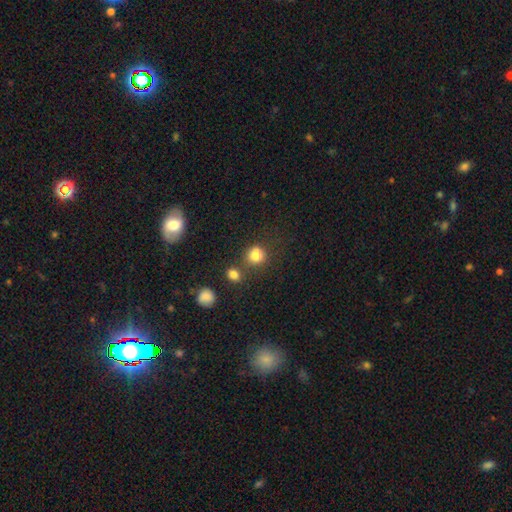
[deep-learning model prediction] Overall: smooth (81%). How rounded: round (78%). Merging: none (62%).